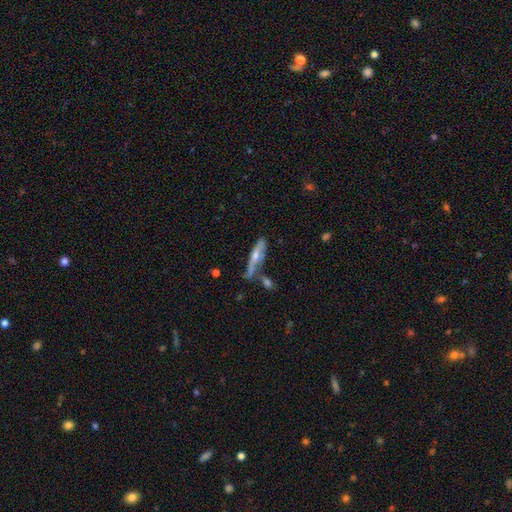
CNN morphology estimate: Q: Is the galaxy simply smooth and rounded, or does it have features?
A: featured or disk — 62%.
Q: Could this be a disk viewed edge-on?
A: yes — 80%.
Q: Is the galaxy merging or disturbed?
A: none — 54%.